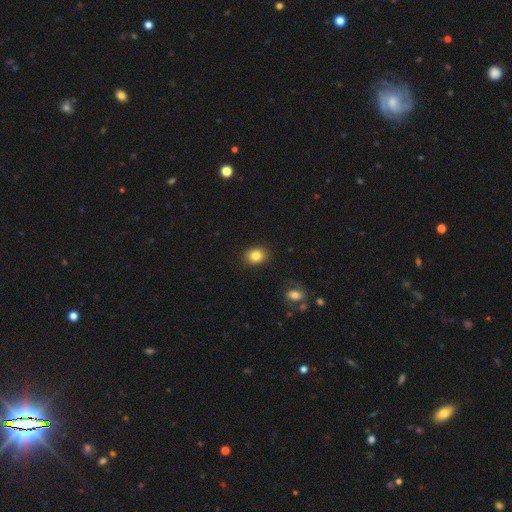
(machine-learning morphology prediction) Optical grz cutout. It shows a smooth galaxy with no disk features (84%) that is round (55%). Merging: none (89%).